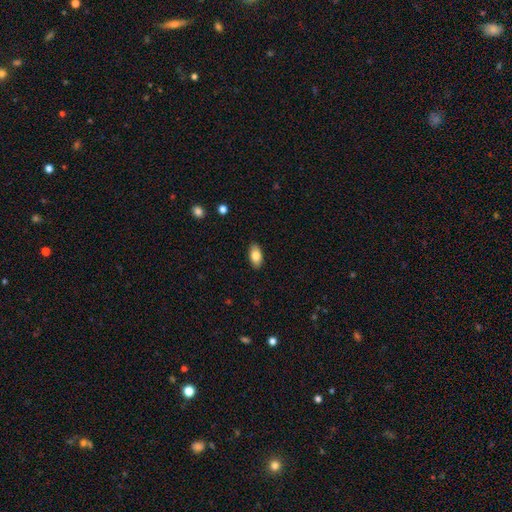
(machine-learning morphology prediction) Smooth or featured? Predicted: smooth (p=0.81). How rounded? Predicted: in between (p=0.92). Merging? Predicted: none (p=0.89).